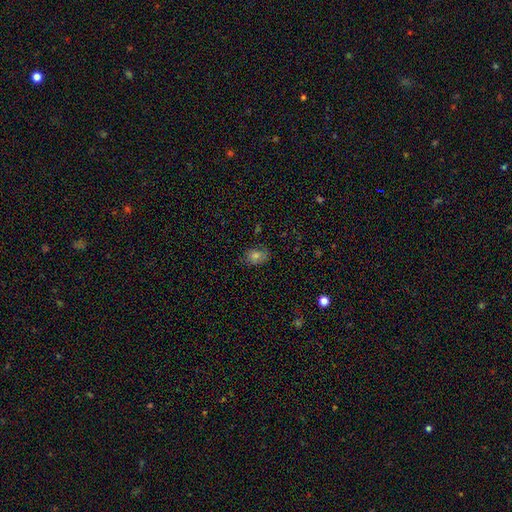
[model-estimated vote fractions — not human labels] Smooth or featured: smooth — 65% (star or artifact — 19%)
How rounded: in between — 63% (round — 35%)
Merging: none — 75% (minor disturbance — 18%)